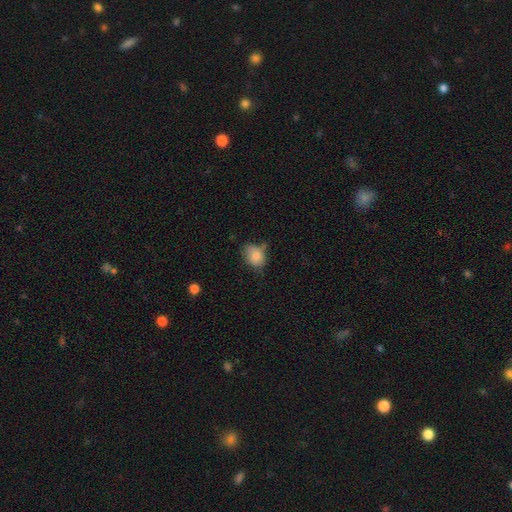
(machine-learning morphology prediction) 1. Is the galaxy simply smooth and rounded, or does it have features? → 80% smooth, 11% featured or disk, 9% star or artifact.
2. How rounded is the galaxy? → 64% in between, 34% round, 1% cigar-shaped.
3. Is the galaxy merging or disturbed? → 49% none, 35% minor disturbance, 10% major disturbance, 7% merger.